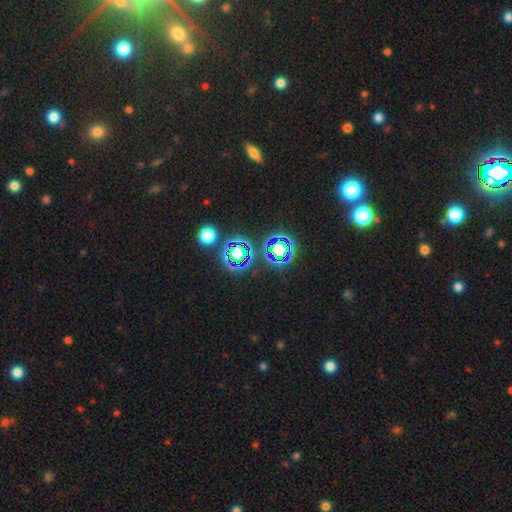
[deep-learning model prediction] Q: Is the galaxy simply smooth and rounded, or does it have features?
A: star or artifact — 70%.